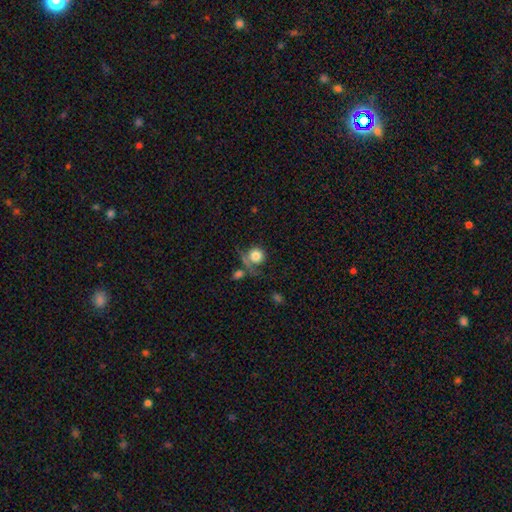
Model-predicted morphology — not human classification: This is likely a smooth galaxy (78%). How rounded: clearly round (88%). Merging: possibly none (50%).